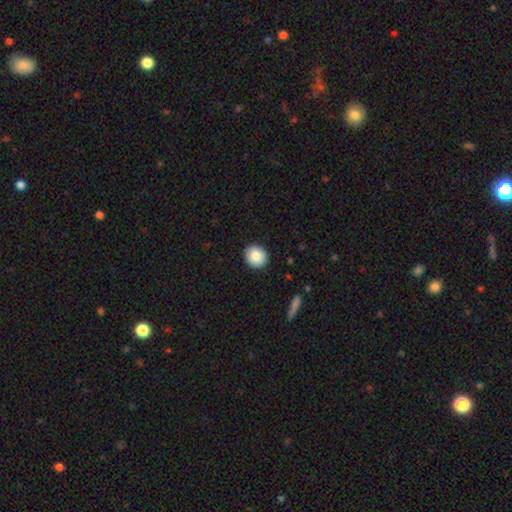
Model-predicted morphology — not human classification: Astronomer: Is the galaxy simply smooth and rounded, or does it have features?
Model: smooth — 83%.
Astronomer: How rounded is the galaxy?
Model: round — 87%.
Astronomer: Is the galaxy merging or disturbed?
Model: none — 91%.